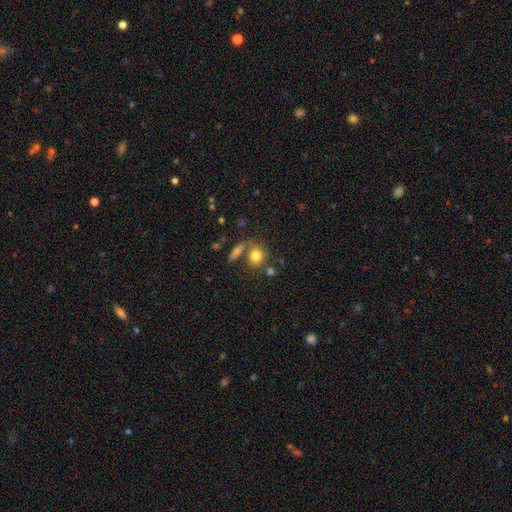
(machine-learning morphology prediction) Smooth or featured: smooth — 77% (featured or disk — 13%)
How rounded: round — 62% (in between — 36%)
Merging: none — 53% (merger — 26%)